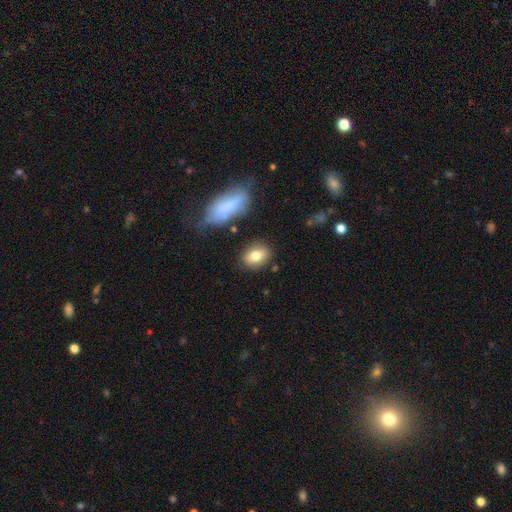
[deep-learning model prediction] smooth 77%, featured or disk 14%, star or artifact 8%. Down the decision tree: how rounded — in between (65%); merging — none (82%).